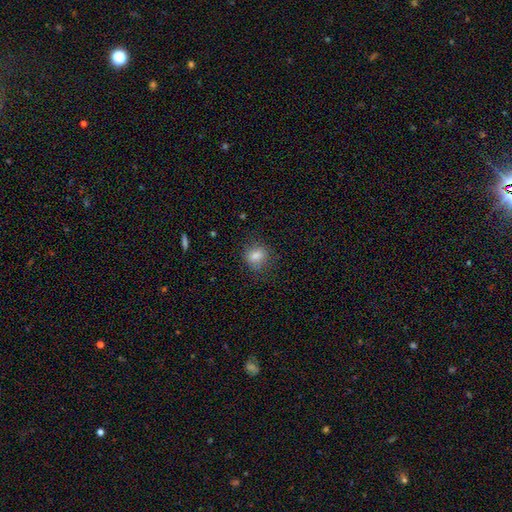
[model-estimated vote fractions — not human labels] Smooth or featured? Predicted: smooth (p=0.81). How rounded? Predicted: round (p=0.61). Merging? Predicted: none (p=0.79).